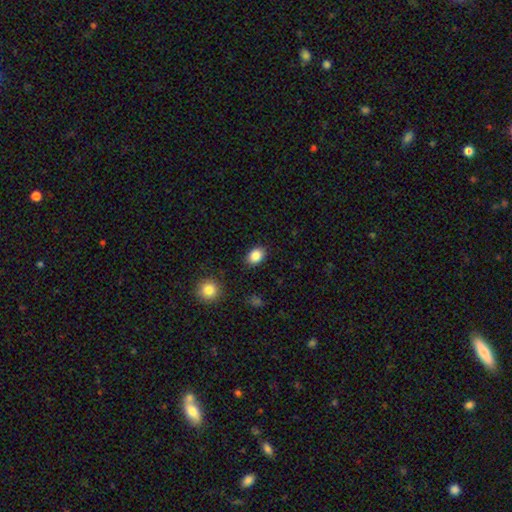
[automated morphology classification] Smooth or featured? Predicted: smooth (p=0.86). How rounded? Predicted: in between (p=0.67). Merging? Predicted: none (p=0.87).